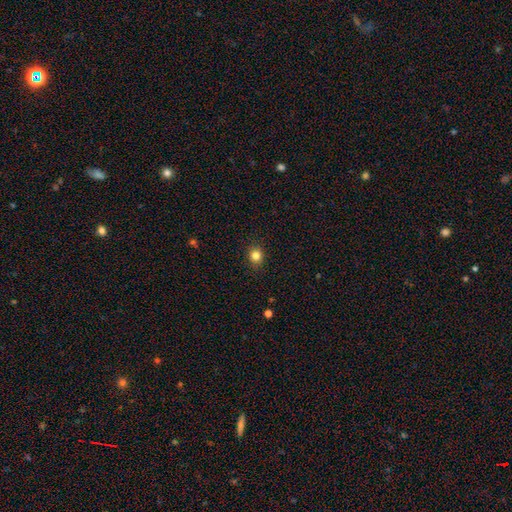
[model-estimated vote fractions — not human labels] Morphology: type=smooth (83%); roundness=round (78%); merging=none (90%).